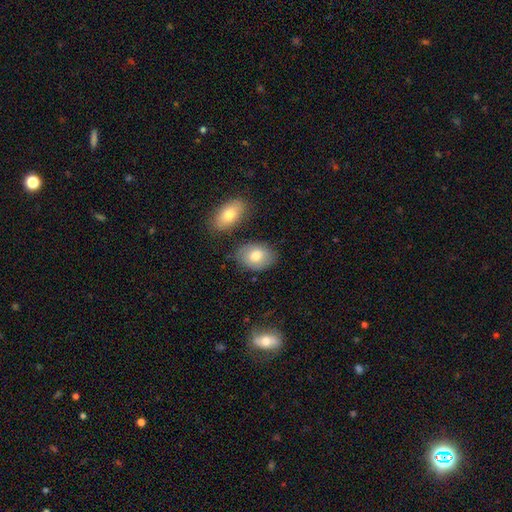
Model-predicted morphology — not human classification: smooth 78%, featured or disk 15%, star or artifact 7%. Down the decision tree: how rounded — in between (77%); merging — none (72%).